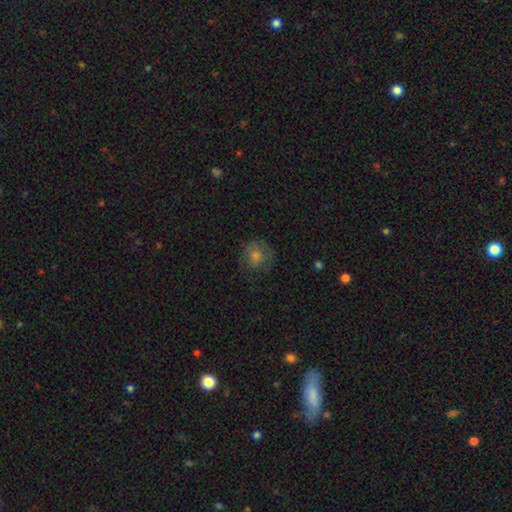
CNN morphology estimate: Smooth or featured: smooth — 57% (featured or disk — 29%)
How rounded: round — 83% (in between — 16%)
Merging: none — 72% (minor disturbance — 17%)